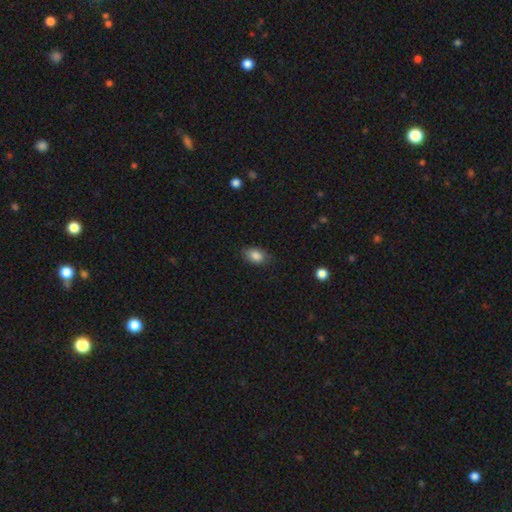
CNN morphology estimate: This appears to be a smooth galaxy with no disk features (85%) that is in between round and cigar-shaped (85%). Merging: none (78%).